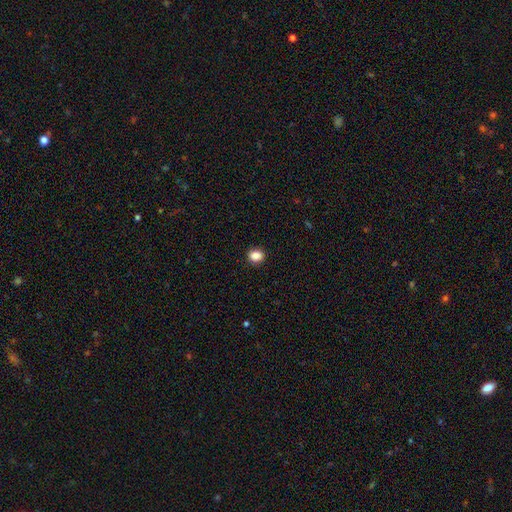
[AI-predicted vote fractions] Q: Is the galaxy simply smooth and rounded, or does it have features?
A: smooth — 86%.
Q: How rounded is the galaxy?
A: round — 63%.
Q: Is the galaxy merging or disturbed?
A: none — 91%.